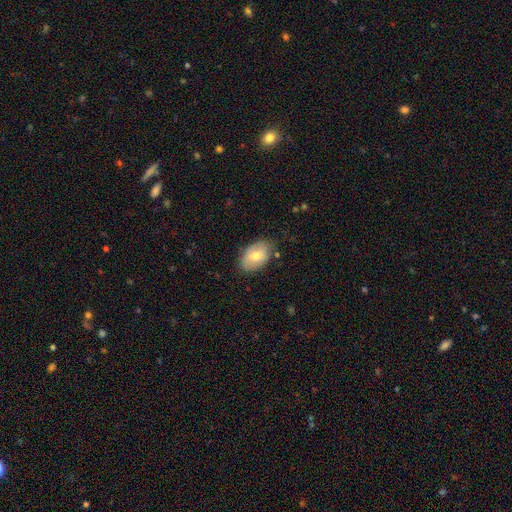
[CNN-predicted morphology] This appears to be a smooth galaxy with no disk features (64%) that is in between round and cigar-shaped (89%). Merging: none (77%).